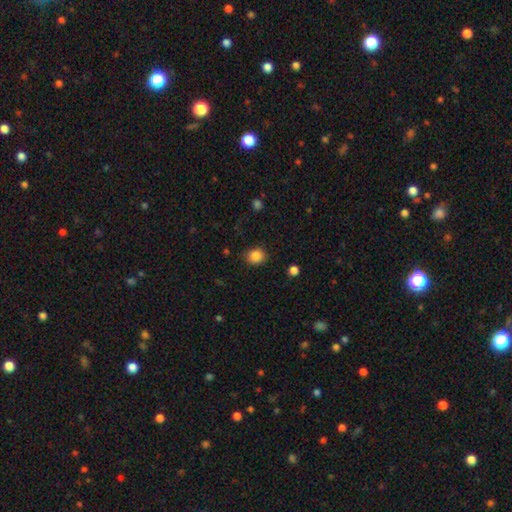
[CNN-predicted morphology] smooth 86%, star or artifact 10%, featured or disk 4%. Down the decision tree: how rounded — round (71%); merging — none (83%).